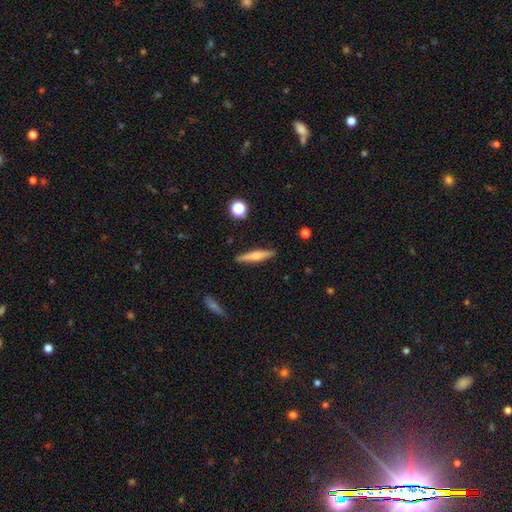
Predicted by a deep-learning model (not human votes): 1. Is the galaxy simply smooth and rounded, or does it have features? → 51% smooth, 43% featured or disk, 7% star or artifact.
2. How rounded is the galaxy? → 89% cigar-shaped, 9% in between, 2% round.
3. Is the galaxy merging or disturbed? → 89% none, 8% minor disturbance, 2% major disturbance, 2% merger.